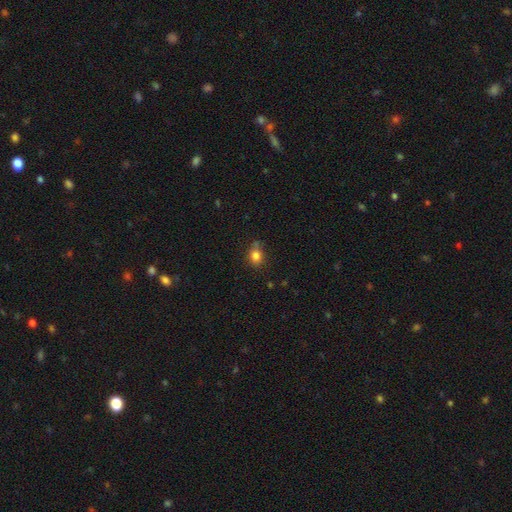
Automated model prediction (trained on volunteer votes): Smooth or featured: smooth — 80% (star or artifact — 12%)
How rounded: round — 53% (in between — 45%)
Merging: none — 66% (minor disturbance — 22%)